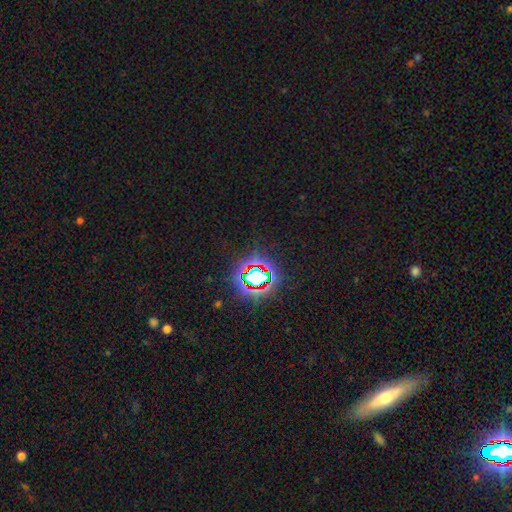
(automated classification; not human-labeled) Morphology: type=star or artifact (75%).